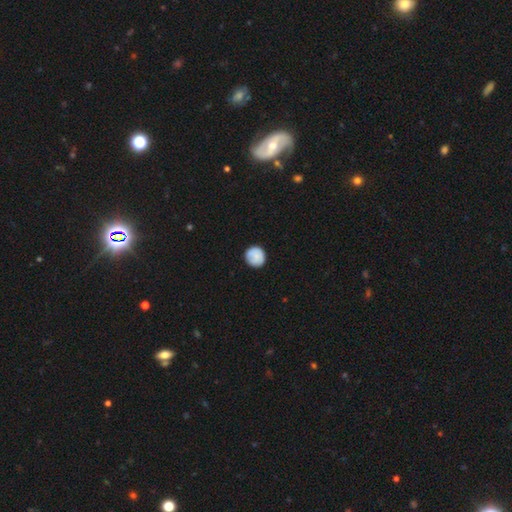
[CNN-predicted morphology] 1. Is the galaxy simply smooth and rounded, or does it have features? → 84% smooth, 9% featured or disk, 7% star or artifact.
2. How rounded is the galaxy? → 93% round, 6% in between, 1% cigar-shaped.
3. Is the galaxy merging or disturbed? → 86% none, 11% minor disturbance, 2% major disturbance, 1% merger.